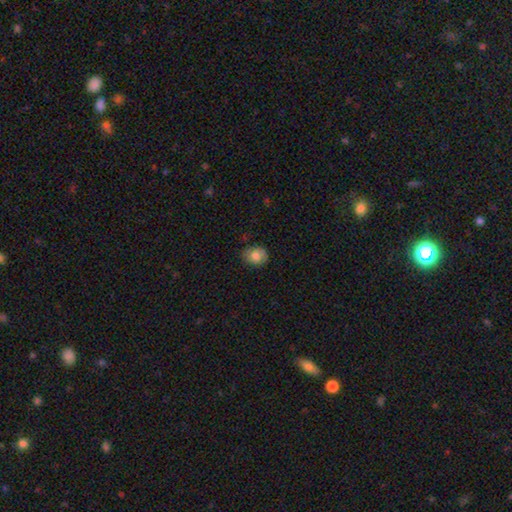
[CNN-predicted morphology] type=smooth (79%); roundness=in between (55%); merging=none (78%).